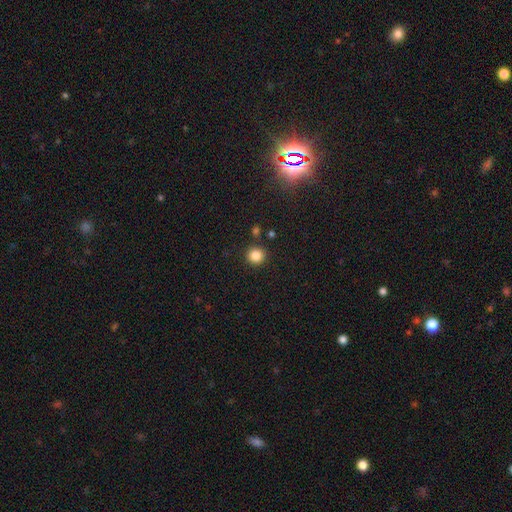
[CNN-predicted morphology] This is clearly a smooth galaxy (85%). How rounded: clearly round (91%). Merging: clearly none (88%).